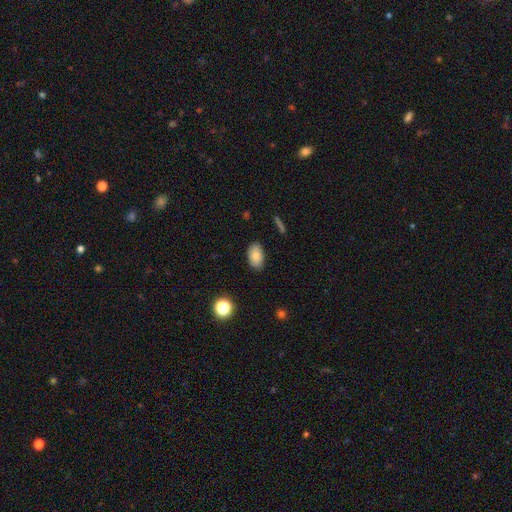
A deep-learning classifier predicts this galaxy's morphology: type=smooth (81%); roundness=in between (91%); merging=none (85%).